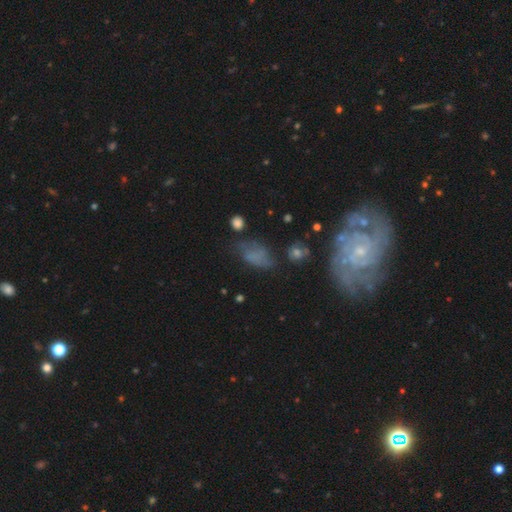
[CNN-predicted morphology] Smooth or featured: smooth — 53% (featured or disk — 30%)
How rounded: in between — 83% (round — 12%)
Merging: none — 45% (minor disturbance — 27%)